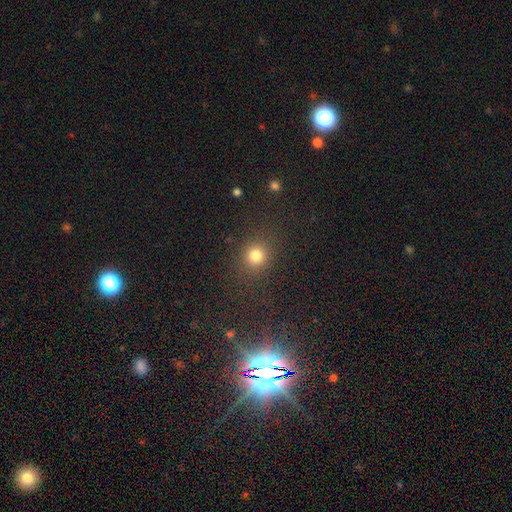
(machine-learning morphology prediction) smooth 79%, star or artifact 15%, featured or disk 6%. Down the decision tree: how rounded — round (83%); merging — none (84%).